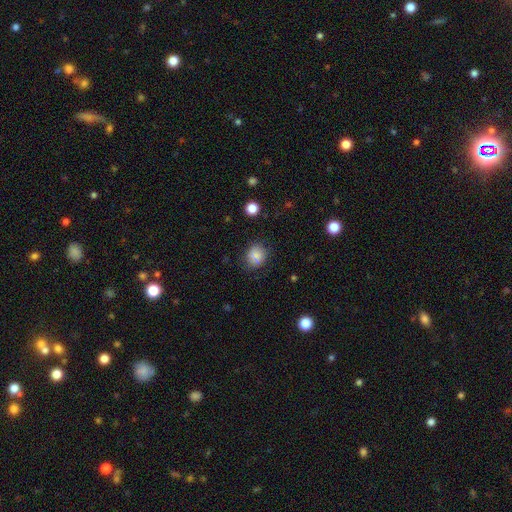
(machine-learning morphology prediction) Smooth or featured: smooth — 83% (star or artifact — 10%)
How rounded: round — 70% (in between — 29%)
Merging: none — 77% (minor disturbance — 16%)